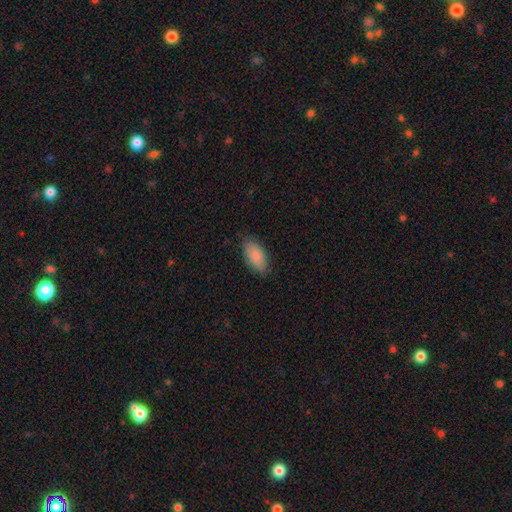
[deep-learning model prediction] Morphology: type=smooth (89%); roundness=in between (91%); merging=none (83%).